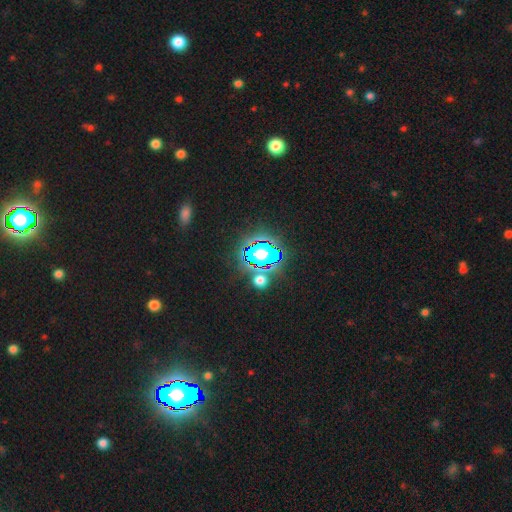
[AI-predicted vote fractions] A star or artifact, not a galaxy (78%).